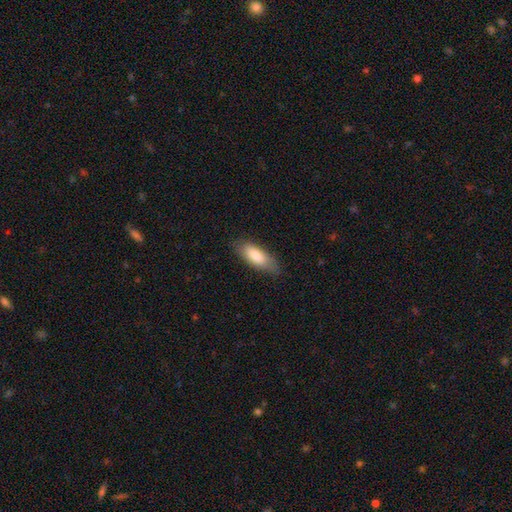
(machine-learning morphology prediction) This appears to be a smooth galaxy with no disk features (82%) that is in between round and cigar-shaped (71%). Merging: none (78%).